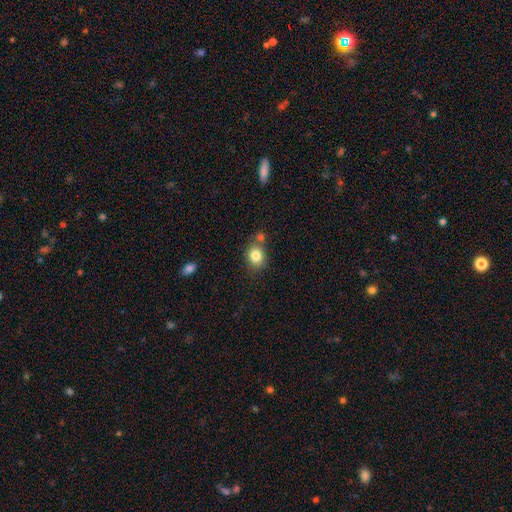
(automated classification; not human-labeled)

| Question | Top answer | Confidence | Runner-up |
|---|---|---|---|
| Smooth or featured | smooth | 82% | star or artifact (10%) |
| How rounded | round | 58% | in between (41%) |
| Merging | none | 62% | merger (20%) |